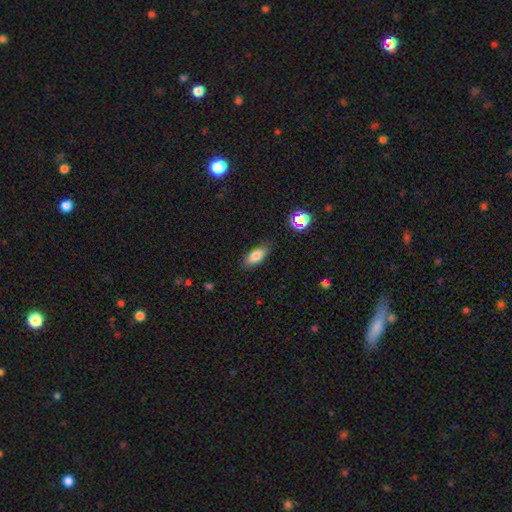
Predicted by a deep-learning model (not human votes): smooth_or_featured: smooth (p=0.82) [alt: star or artifact p=0.10]
how_rounded: in between (p=0.83) [alt: cigar-shaped p=0.12]
merging: none (p=0.79) [alt: minor disturbance p=0.16]